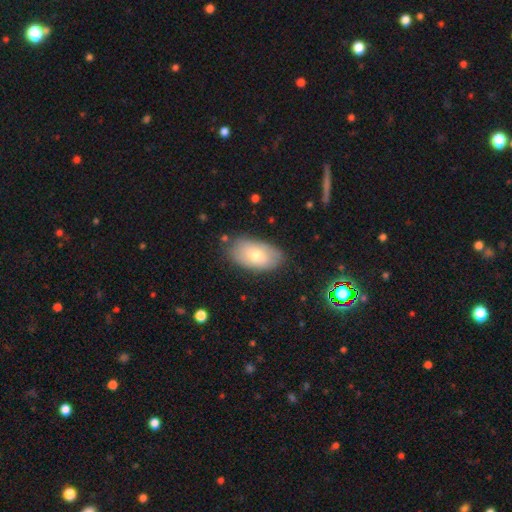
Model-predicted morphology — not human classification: Smooth or featured?
  - smooth: 66% *
  - featured or disk: 27%
  - star or artifact: 8%
How rounded?
  - in between: 94% *
  - round: 4%
  - cigar-shaped: 2%
Merging?
  - none: 80% *
  - minor disturbance: 15%
  - major disturbance: 3%
  - merger: 2%